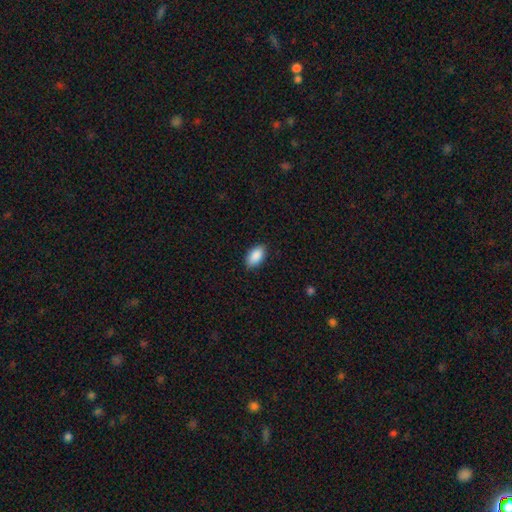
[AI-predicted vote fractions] A smooth galaxy with no disk features (90%) that is in between round and cigar-shaped (94%).

Vote fractions:
- Smooth or featured? smooth: 90% / star or artifact: 7% / featured or disk: 4%
- How rounded? in between: 94% / round: 4% / cigar-shaped: 2%
- Merging? none: 87% / minor disturbance: 10% / major disturbance: 2% / merger: 1%